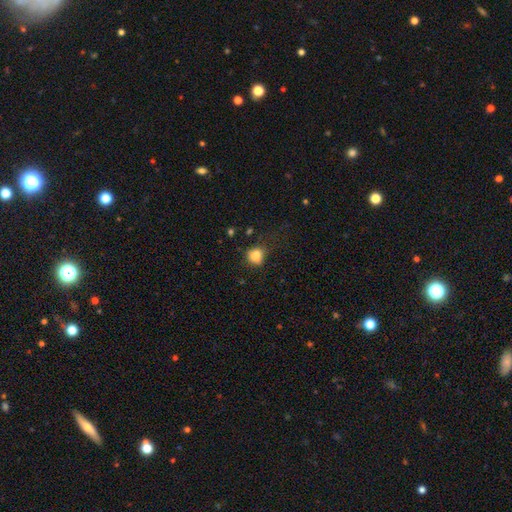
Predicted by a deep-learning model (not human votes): Smooth or featured? Predicted: smooth (p=0.83). How rounded? Predicted: round (p=0.69). Merging? Predicted: none (p=0.63).